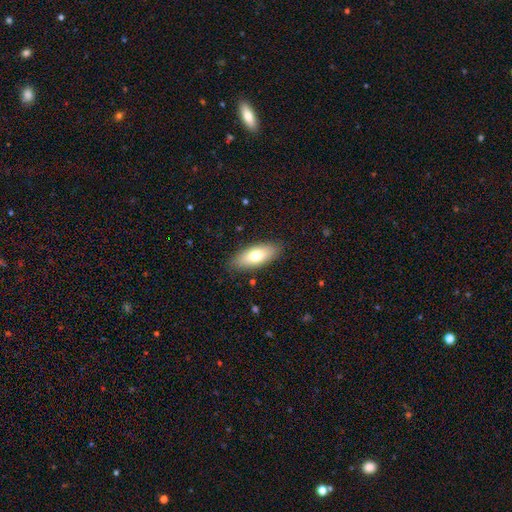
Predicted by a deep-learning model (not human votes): This appears to be a smooth galaxy with no disk features (72%) that is in between round and cigar-shaped (78%). Merging: none (86%).